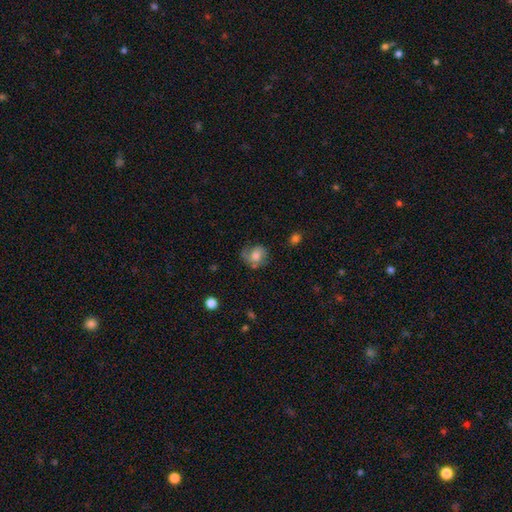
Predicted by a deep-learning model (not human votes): smooth 55%, featured or disk 36%, star or artifact 9%. Down the decision tree: how rounded — round (67%); merging — none (55%).